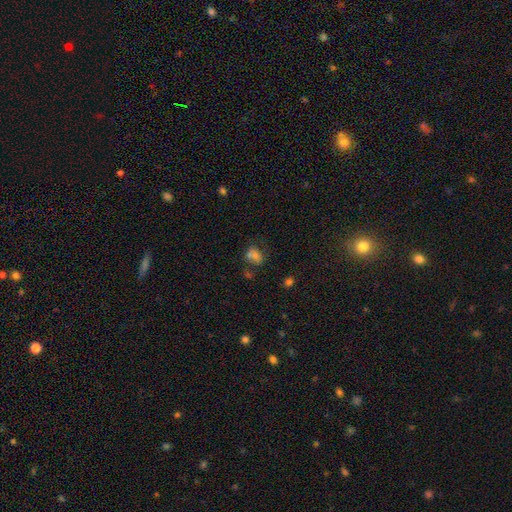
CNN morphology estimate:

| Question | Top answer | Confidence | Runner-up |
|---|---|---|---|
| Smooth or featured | smooth | 66% | featured or disk (18%) |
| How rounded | in between | 57% | round (41%) |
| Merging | none | 42% | merger (31%) |